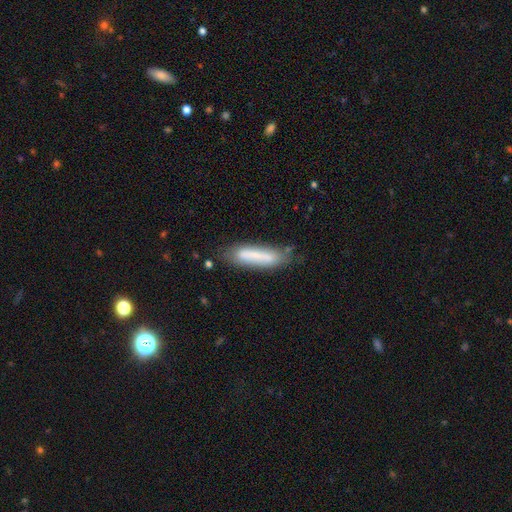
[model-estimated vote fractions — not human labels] This appears to be a smooth galaxy with no disk features (71%) that is cigar-shaped (75%). Merging: none (65%).